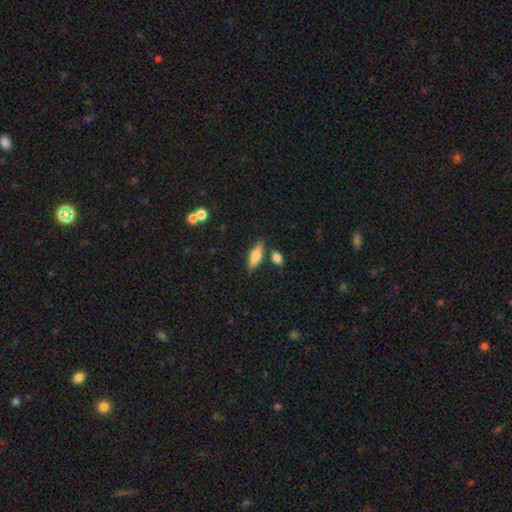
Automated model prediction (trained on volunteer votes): smooth-or-featured: smooth: 75% | featured or disk: 18% | star or artifact: 7%
  how-rounded: in between: 57% | cigar-shaped: 40% | round: 2%
  merging: none: 77% | minor disturbance: 12% | merger: 9% | major disturbance: 3%